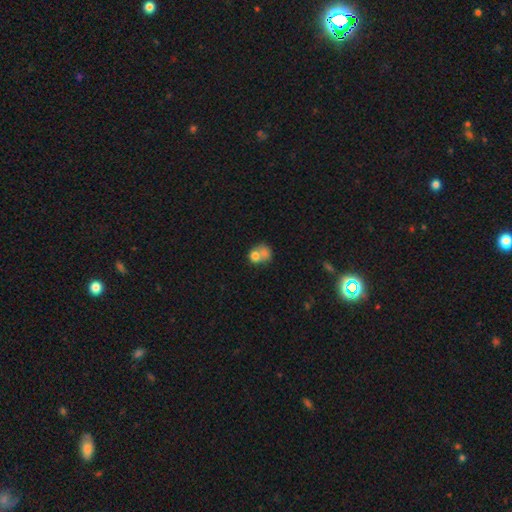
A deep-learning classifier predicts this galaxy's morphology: Overall: smooth (71%). How rounded: round (64%; in between 35%). Merging: merger (61%; none 24%).